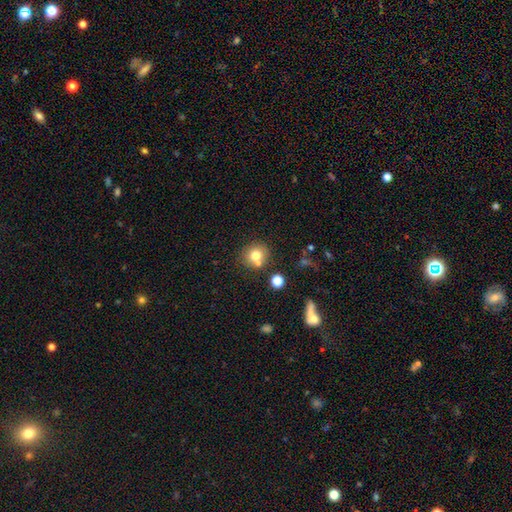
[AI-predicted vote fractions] A smooth galaxy with no disk features (73%) that is round (85%). Merging: none (65%).